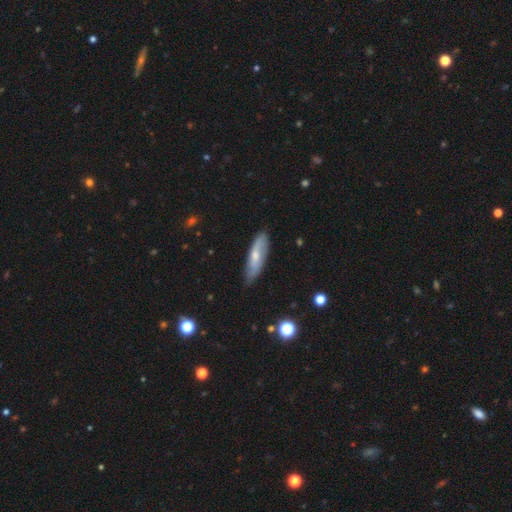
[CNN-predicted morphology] smooth-or-featured: smooth: 48% | featured or disk: 46% | star or artifact: 6%
  merging: none: 77% | minor disturbance: 18% | major disturbance: 3% | merger: 2%